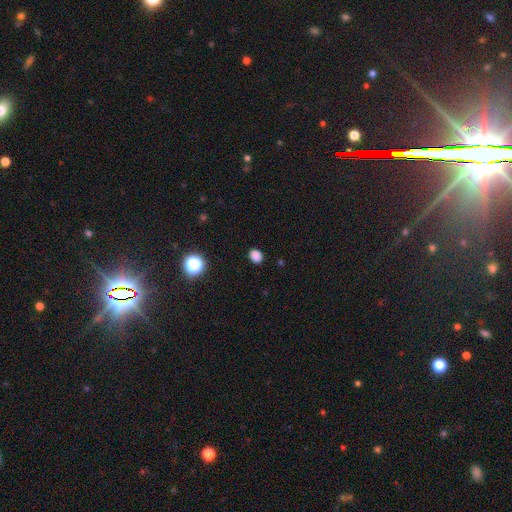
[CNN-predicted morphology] Smooth or featured? smooth (83%)
How rounded? in between (61%)
Merging? none (88%)